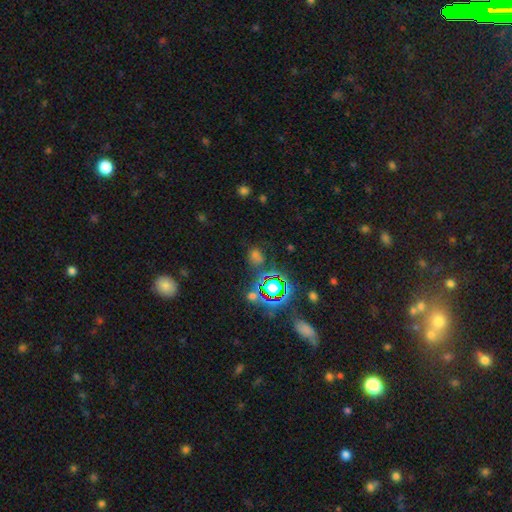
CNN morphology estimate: A star or artifact, not a galaxy (48%).